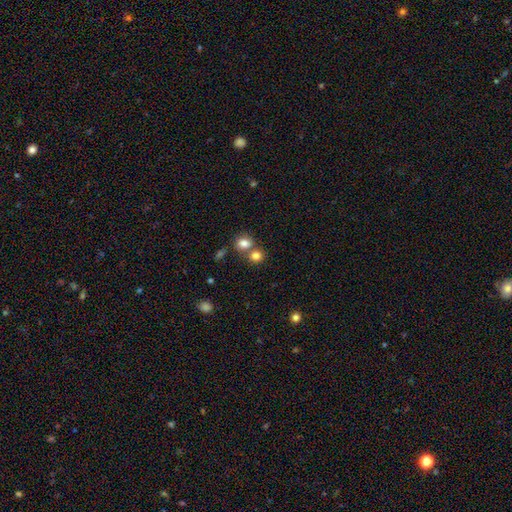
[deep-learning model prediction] This is clearly a smooth galaxy (80%). How rounded: likely round (73%). Merging: possibly none (48%).